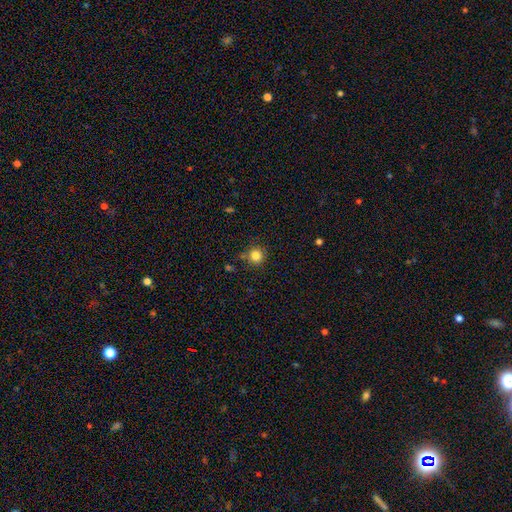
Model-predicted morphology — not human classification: This appears to be a smooth galaxy with no disk features (83%) that is round (93%). Merging: none (82%).